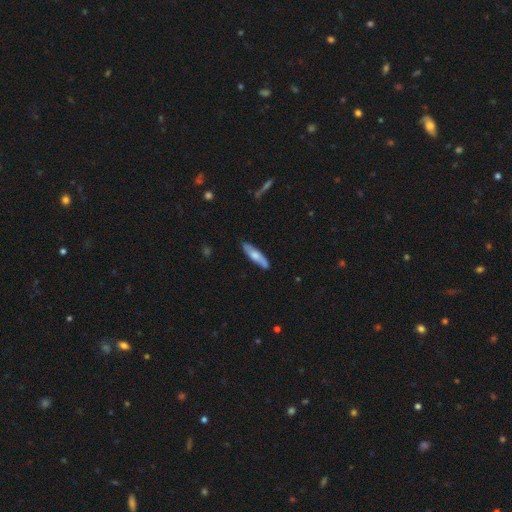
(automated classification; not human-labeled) Morphology: type=smooth (56%); roundness=cigar-shaped (73%); merging=none (84%).